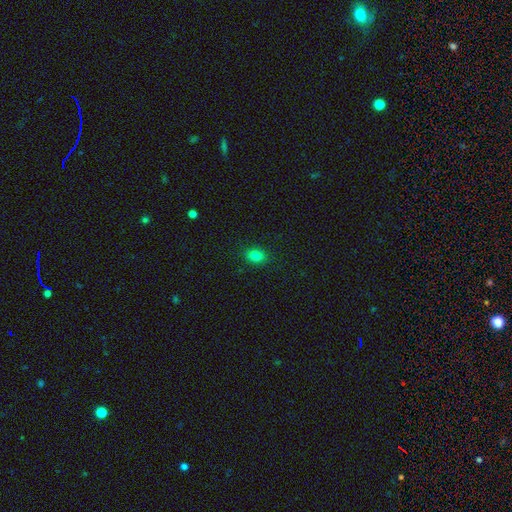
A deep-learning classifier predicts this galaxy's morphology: smooth-or-featured: smooth: 81% | star or artifact: 12% | featured or disk: 6%
  how-rounded: in between: 62% | round: 37% | cigar-shaped: 1%
  merging: none: 89% | minor disturbance: 8% | major disturbance: 2% | merger: 1%